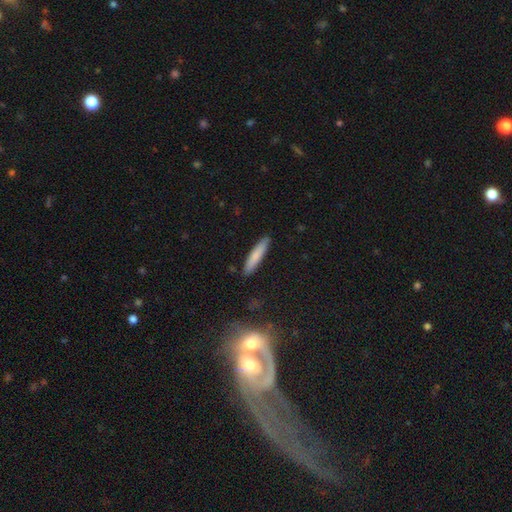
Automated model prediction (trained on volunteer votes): smooth_or_featured: smooth (p=0.80) [alt: featured or disk p=0.14]
how_rounded: cigar-shaped (p=0.89) [alt: in between p=0.10]
merging: none (p=0.90) [alt: minor disturbance p=0.08]